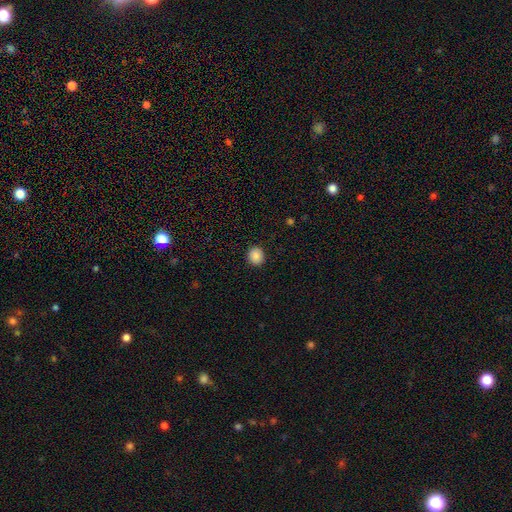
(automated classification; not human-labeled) Morphology: type=smooth (87%); roundness=round (82%); merging=none (91%).